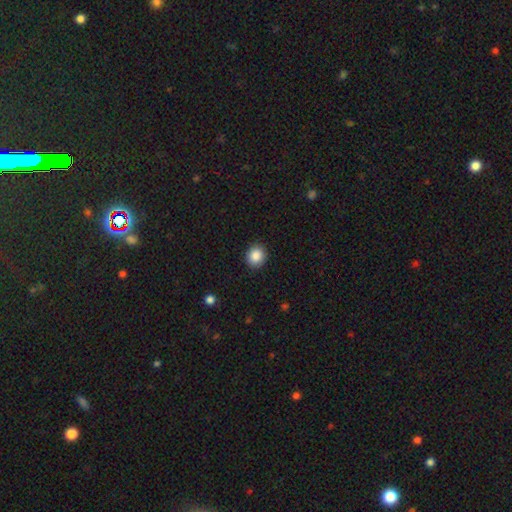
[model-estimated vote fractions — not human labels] Overall: smooth (87%). How rounded: round (77%). Merging: none (90%).